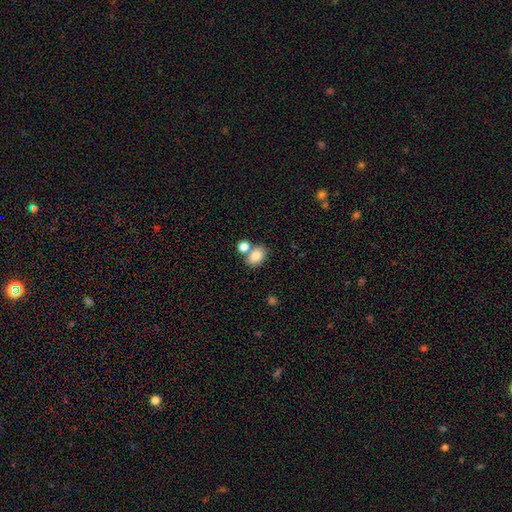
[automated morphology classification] This is clearly a smooth galaxy (83%). How rounded: likely in between (74%). Merging: possibly none (55%).